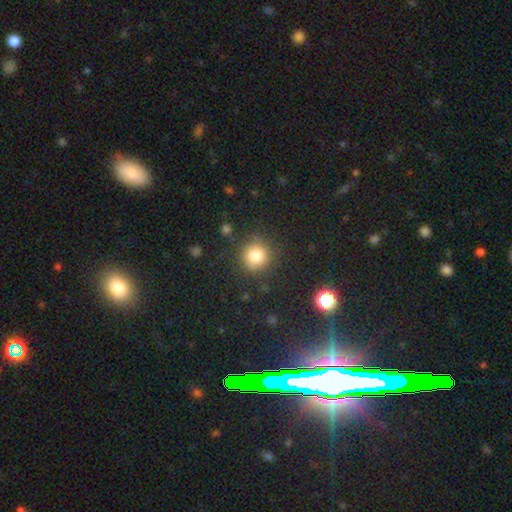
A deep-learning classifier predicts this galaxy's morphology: A smooth galaxy with no disk features (82%) that is round (91%). Merging: none (85%).